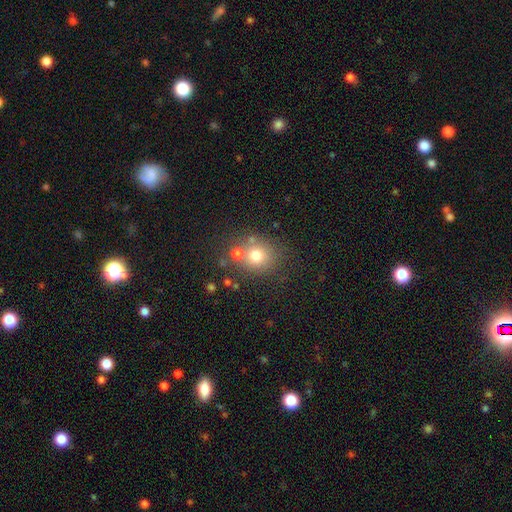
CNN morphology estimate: Q: Smooth or featured?
A: smooth (72%); runner-up: star or artifact (14%)
Q: How rounded?
A: round (80%); runner-up: in between (19%)
Q: Merging?
A: none (62%); runner-up: merger (22%)